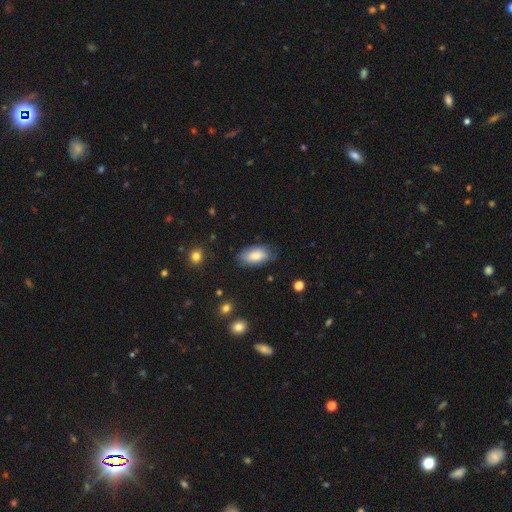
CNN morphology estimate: The model was most divided on "merging": none: 78%, minor disturbance: 17%, major disturbance: 4%, merger: 1%. More confident: how rounded — in between (93%); smooth or featured — smooth (82%).